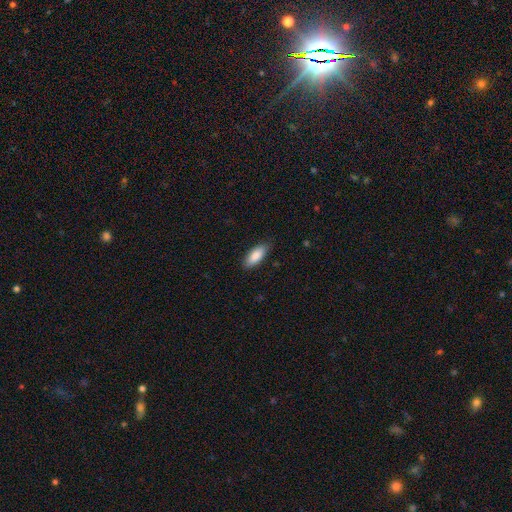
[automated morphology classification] This is clearly a smooth galaxy (87%). How rounded: likely in between (80%). Merging: clearly none (85%).